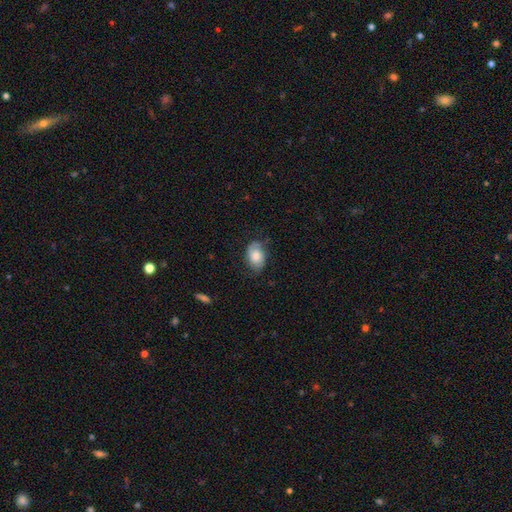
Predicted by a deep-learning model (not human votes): smooth 62%, featured or disk 30%, star or artifact 8%. Down the decision tree: how rounded — in between (81%); merging — none (65%).